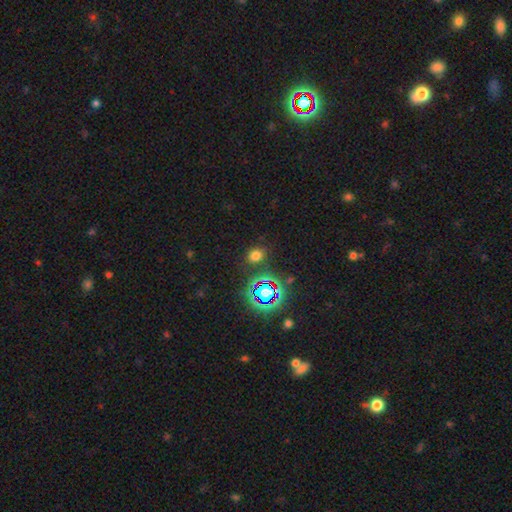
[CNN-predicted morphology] smooth_or_featured: smooth (p=0.65) [alt: star or artifact p=0.29]
how_rounded: round (p=0.63) [alt: in between p=0.36]
merging: none (p=0.85) [alt: minor disturbance p=0.09]